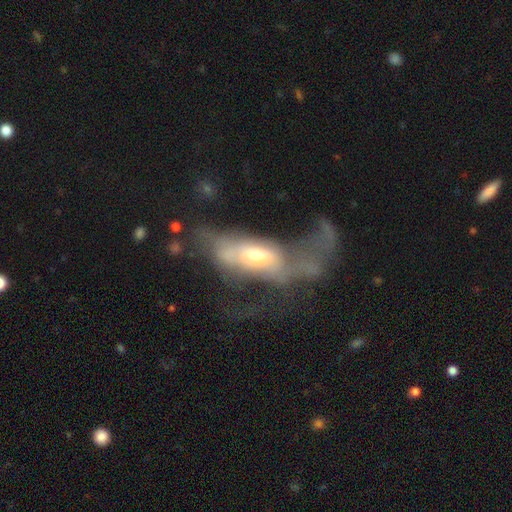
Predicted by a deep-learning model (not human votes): Smooth or featured? featured or disk (56%)
Edge-on disk? no (82%)
Merging? major disturbance (61%)